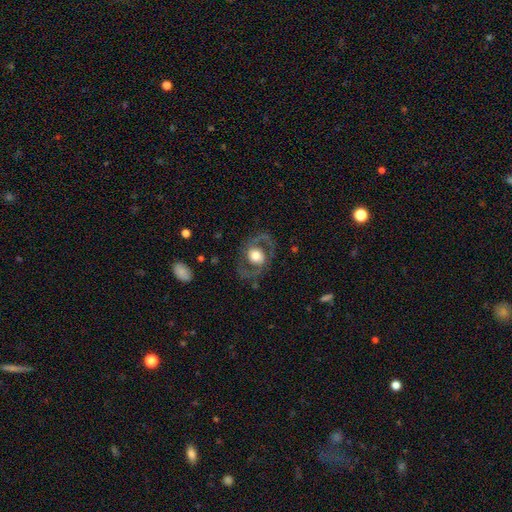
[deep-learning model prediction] Morphology: type=featured or disk (75%); edge-on=no (96%); bar=no (66%); spiral arms=yes (75%); winding=medium (56%); arm count=2 (90%); bulge=large (45%); merging=none (76%).